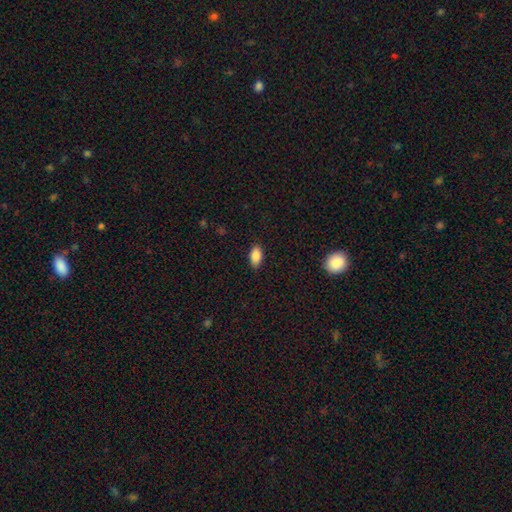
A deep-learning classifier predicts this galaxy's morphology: smooth 87%, star or artifact 8%, featured or disk 5%. Down the decision tree: how rounded — in between (92%); merging — none (86%).